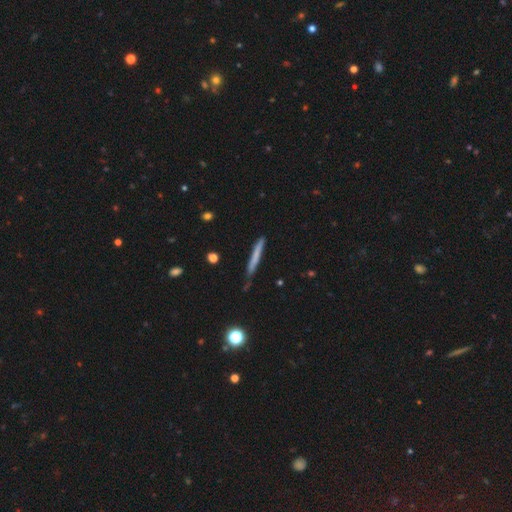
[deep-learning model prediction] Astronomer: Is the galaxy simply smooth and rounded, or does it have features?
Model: smooth — 63%.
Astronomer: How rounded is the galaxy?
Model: cigar-shaped — 96%.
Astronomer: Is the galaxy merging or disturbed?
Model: none — 71%.